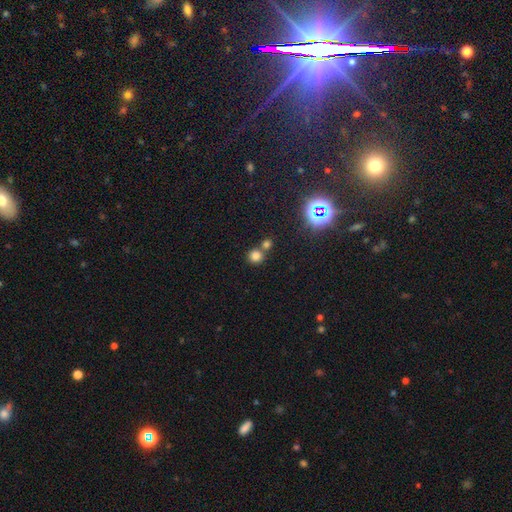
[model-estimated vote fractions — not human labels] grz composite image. It shows a smooth galaxy with no disk features (75%) that is round (90%). Merging: none (55%).